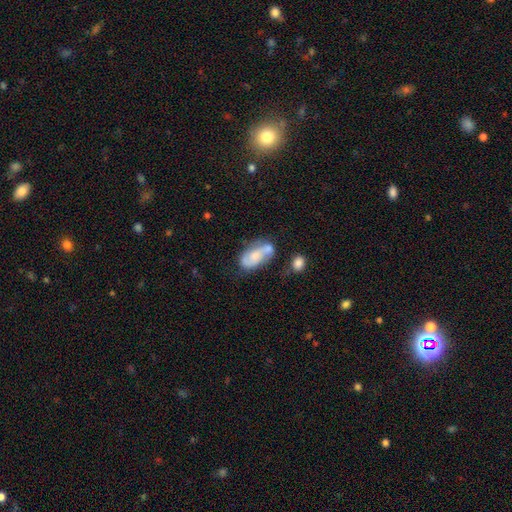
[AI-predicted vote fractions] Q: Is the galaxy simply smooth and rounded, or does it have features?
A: featured or disk — 51%.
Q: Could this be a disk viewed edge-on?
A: no — 94%.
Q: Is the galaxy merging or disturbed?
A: none — 39%.